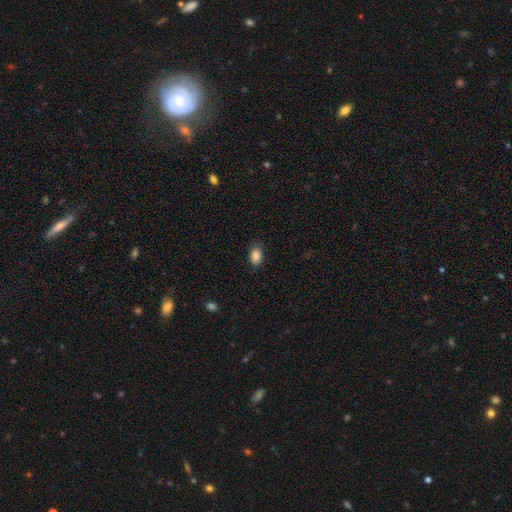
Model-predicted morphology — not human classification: smooth_or_featured: smooth (p=0.87) [alt: star or artifact p=0.09]
how_rounded: in between (p=0.87) [alt: round p=0.12]
merging: none (p=0.82) [alt: minor disturbance p=0.14]